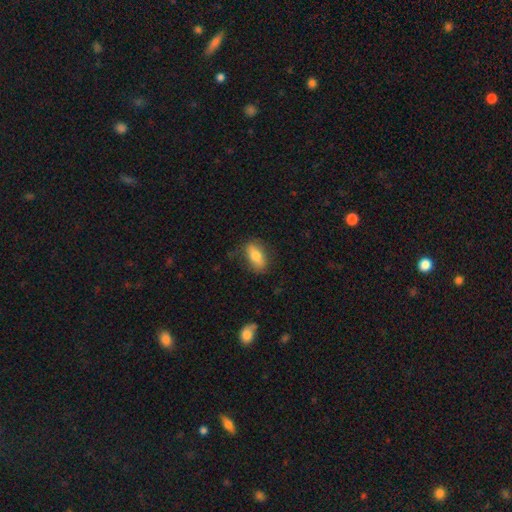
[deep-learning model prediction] smooth_or_featured: smooth (p=0.74) [alt: featured or disk p=0.19]
how_rounded: in between (p=0.85) [alt: cigar-shaped p=0.10]
merging: none (p=0.76) [alt: minor disturbance p=0.17]